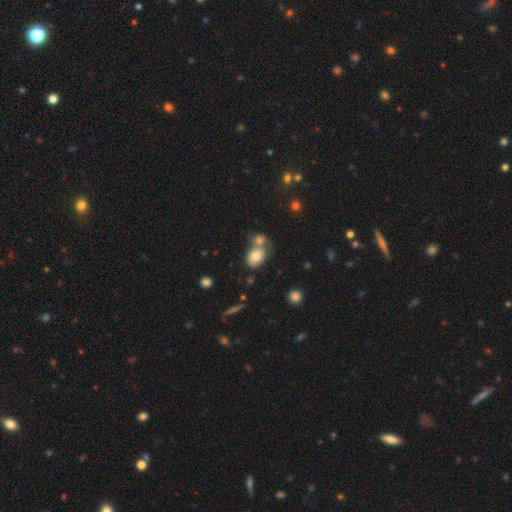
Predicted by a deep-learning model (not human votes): Smooth or featured? smooth (81%)
How rounded? in between (77%)
Merging? merger (43%)